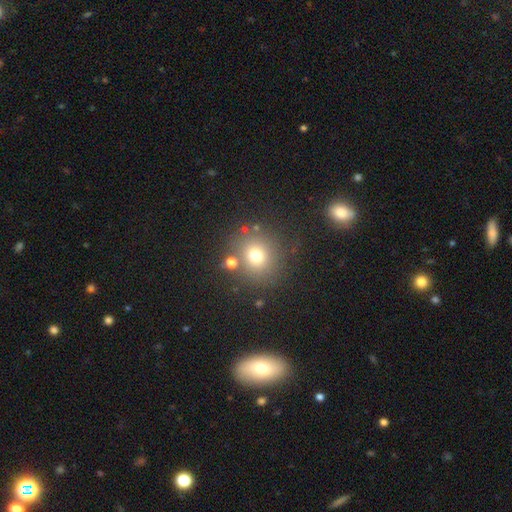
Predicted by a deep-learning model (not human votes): smooth-or-featured: smooth: 70% | star or artifact: 19% | featured or disk: 11%
  how-rounded: round: 88% | in between: 11% | cigar-shaped: 1%
  merging: none: 77% | minor disturbance: 10% | merger: 8% | major disturbance: 5%